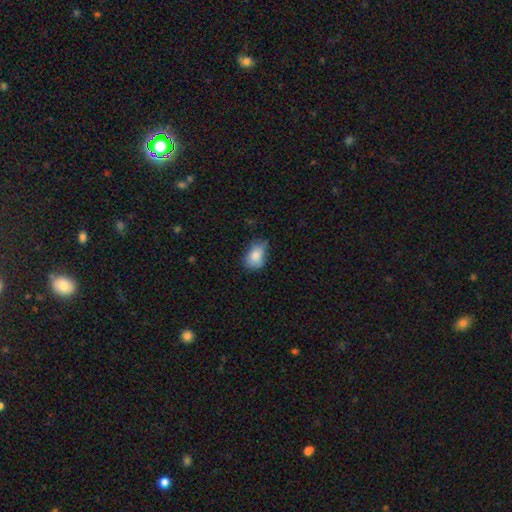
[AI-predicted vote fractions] A smooth galaxy with no disk features (82%) that is in between round and cigar-shaped (82%).

Vote fractions:
- Smooth or featured? smooth: 82% / featured or disk: 10% / star or artifact: 8%
- How rounded? in between: 82% / round: 17% / cigar-shaped: 1%
- Merging? none: 52% / minor disturbance: 37% / major disturbance: 9% / merger: 2%